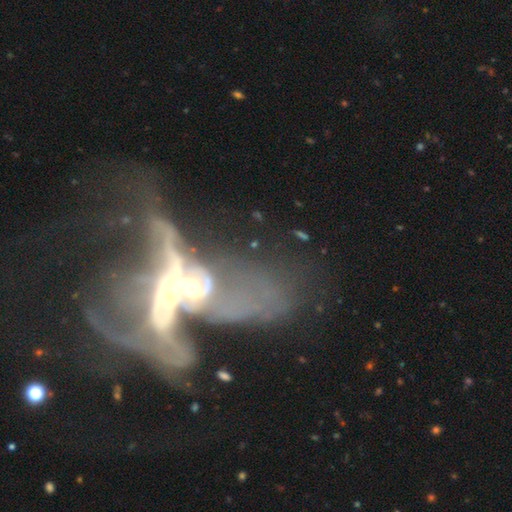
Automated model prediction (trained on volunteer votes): Smooth or featured: featured or disk — 71% (star or artifact — 16%)
Edge-on disk: no — 83% (yes — 17%)
Bar: no — 69% (weak — 20%)
Spiral arms: no — 54% (yes — 46%)
Bulge size: moderate — 49% (small — 29%)
Merging: merger — 68% (major disturbance — 20%)